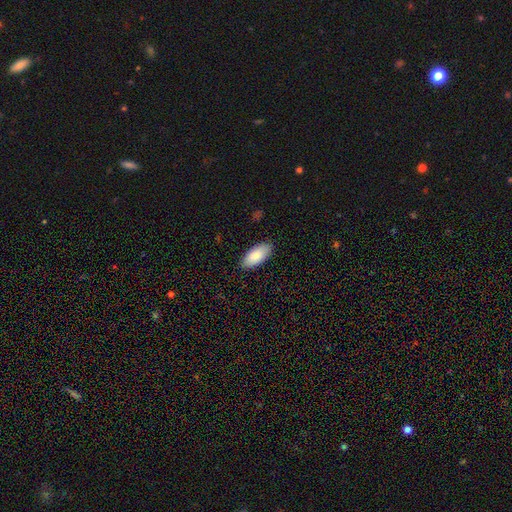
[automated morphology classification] smooth_or_featured: smooth (p=0.88) [alt: featured or disk p=0.07]
how_rounded: in between (p=0.92) [alt: cigar-shaped p=0.07]
merging: none (p=0.88) [alt: minor disturbance p=0.10]